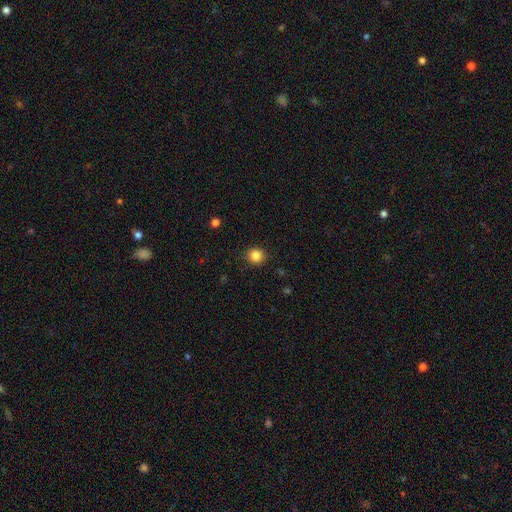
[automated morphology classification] Smooth or featured?
  - smooth: 84% *
  - star or artifact: 11%
  - featured or disk: 4%
How rounded?
  - round: 92% *
  - in between: 7%
  - cigar-shaped: 1%
Merging?
  - none: 91% *
  - minor disturbance: 6%
  - major disturbance: 2%
  - merger: 1%